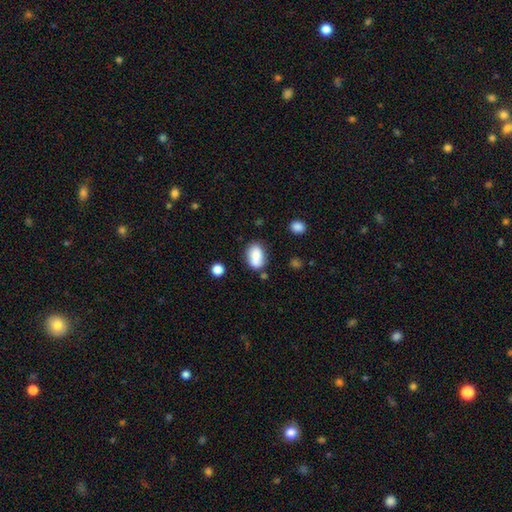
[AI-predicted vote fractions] The model was most divided on "merging": none: 64%, minor disturbance: 19%, merger: 13%, major disturbance: 5%. More confident: how rounded — in between (84%); smooth or featured — smooth (78%).